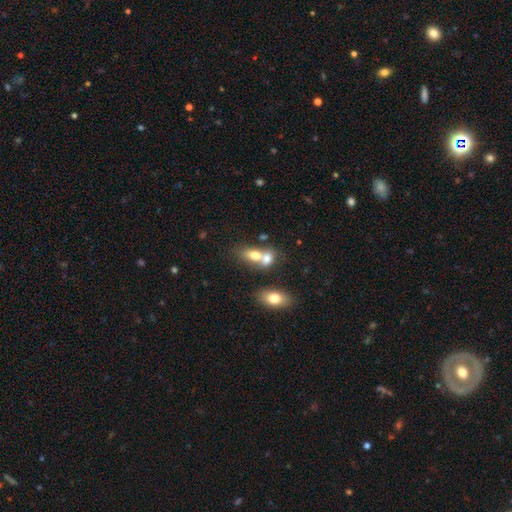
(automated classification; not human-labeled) The model was most divided on "merging": merger: 67%, none: 22%, minor disturbance: 7%, major disturbance: 4%. More confident: how rounded — in between (76%); smooth or featured — smooth (72%).